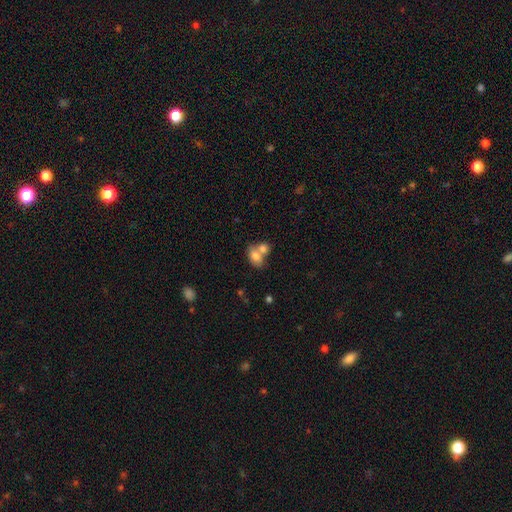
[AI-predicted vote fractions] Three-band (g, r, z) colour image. It shows a smooth galaxy with no disk features (77%) that is in between round and cigar-shaped (79%). Merging: merger (59%).